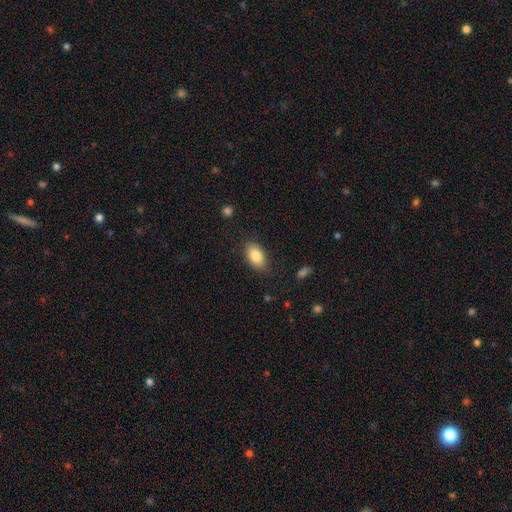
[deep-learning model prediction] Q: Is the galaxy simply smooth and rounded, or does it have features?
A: smooth — 83%.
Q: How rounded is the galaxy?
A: in between — 91%.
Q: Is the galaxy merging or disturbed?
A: none — 85%.